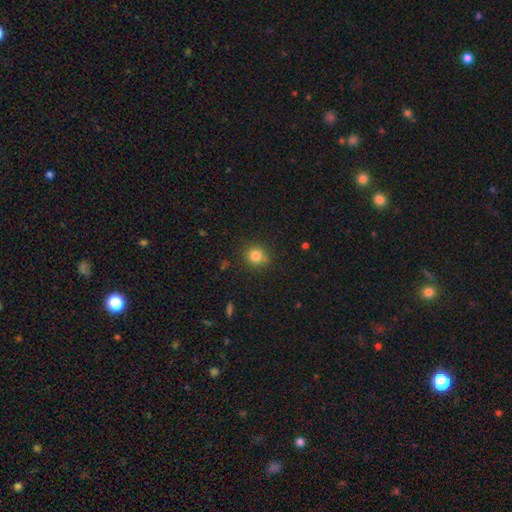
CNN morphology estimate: Smooth or featured? Predicted: smooth (p=0.82). How rounded? Predicted: round (p=0.86). Merging? Predicted: none (p=0.81).